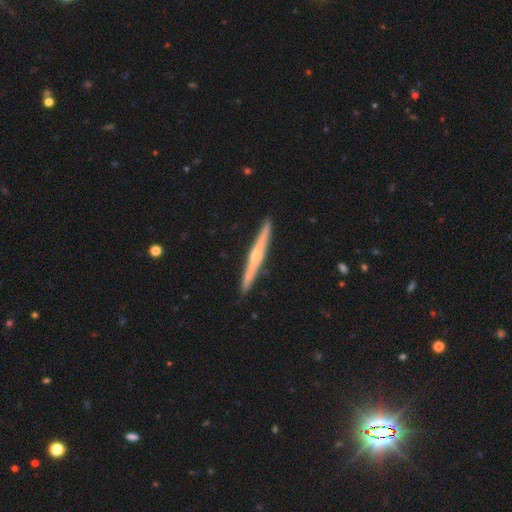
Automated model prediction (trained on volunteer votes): A featured or disk galaxy (69%) viewed edge-on (98%) with a rounded central bulge (74%).

Vote fractions:
- Smooth or featured? featured or disk: 69% / smooth: 26% / star or artifact: 5%
- Edge-on disk? yes: 98% / no: 2%
- Edge-on bulge? rounded: 74% / none: 21% / boxy: 5%
- Merging? none: 92% / minor disturbance: 6% / major disturbance: 1% / merger: 1%